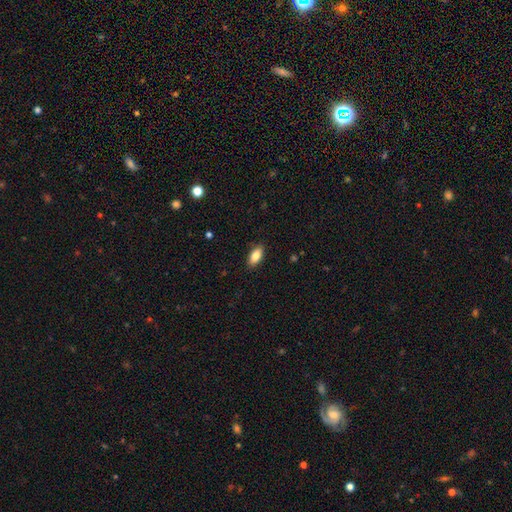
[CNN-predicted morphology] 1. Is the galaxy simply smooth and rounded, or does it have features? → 84% smooth, 9% featured or disk, 7% star or artifact.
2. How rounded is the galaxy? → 88% in between, 10% cigar-shaped, 2% round.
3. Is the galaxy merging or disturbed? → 88% none, 9% minor disturbance, 2% major disturbance, 1% merger.